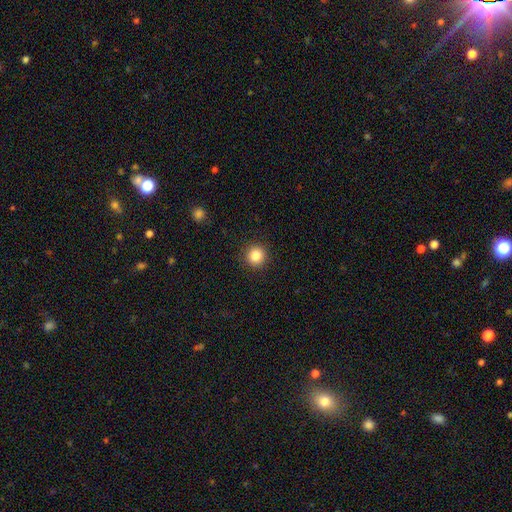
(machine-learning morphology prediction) Q: Smooth or featured?
A: smooth (85%); runner-up: star or artifact (10%)
Q: How rounded?
A: round (94%); runner-up: in between (5%)
Q: Merging?
A: none (92%); runner-up: minor disturbance (5%)